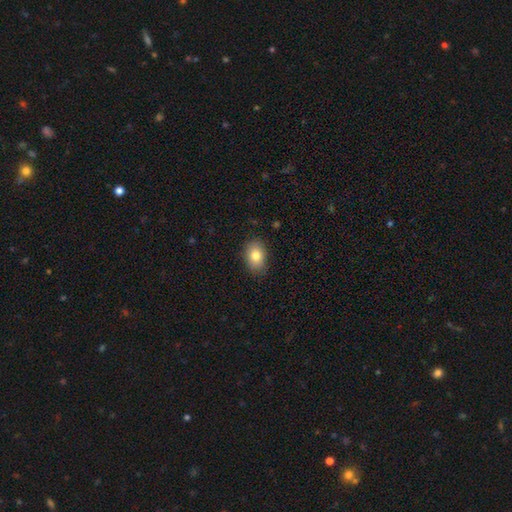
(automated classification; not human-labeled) This appears to be a smooth galaxy with no disk features (81%) that is in between round and cigar-shaped (78%). Merging: none (83%).